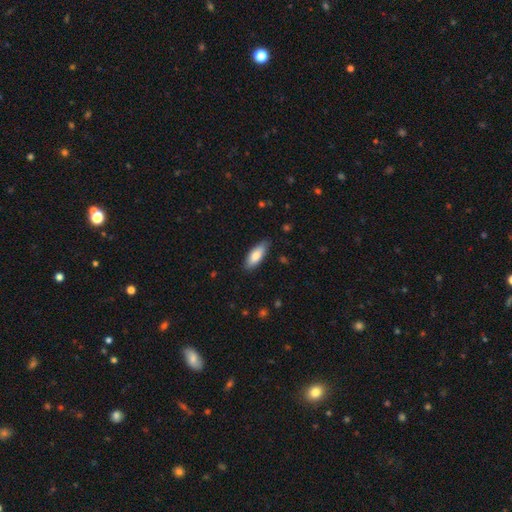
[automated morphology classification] Smooth or featured? Predicted: smooth (p=0.80). How rounded? Predicted: in between (p=0.73). Merging? Predicted: none (p=0.84).